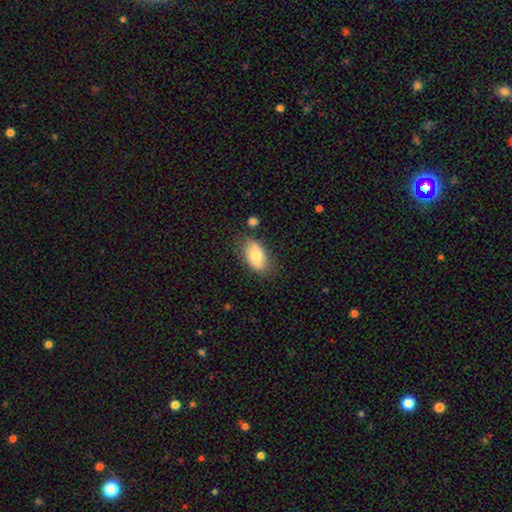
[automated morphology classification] A smooth galaxy with no disk features (76%) that is in between round and cigar-shaped (92%). Merging: none (75%).